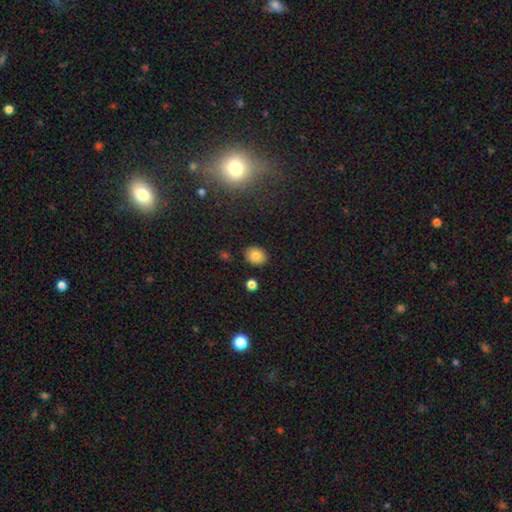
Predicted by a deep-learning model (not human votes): A smooth galaxy with no disk features (82%) that is round (64%). Merging: none (87%).